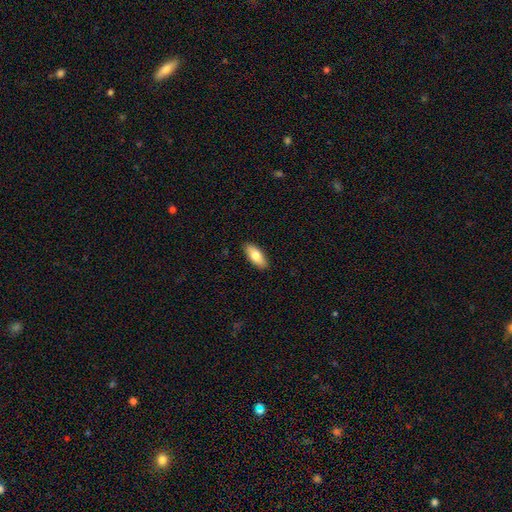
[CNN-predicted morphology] smooth_or_featured: smooth (p=0.78) [alt: featured or disk p=0.16]
how_rounded: in between (p=0.84) [alt: cigar-shaped p=0.14]
merging: none (p=0.90) [alt: minor disturbance p=0.08]